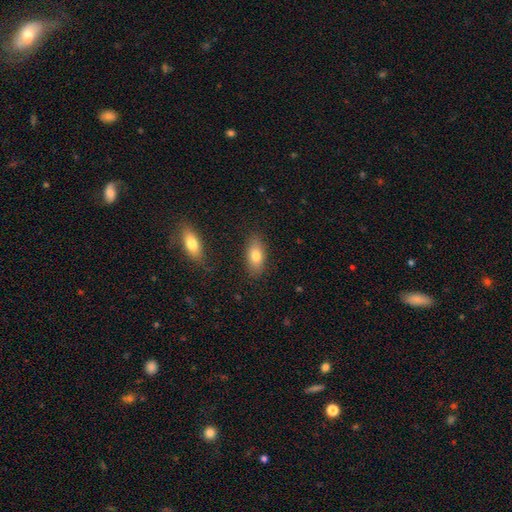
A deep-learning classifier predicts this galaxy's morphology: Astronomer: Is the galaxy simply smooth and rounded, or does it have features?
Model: smooth — 78%.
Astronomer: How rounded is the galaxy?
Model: in between — 89%.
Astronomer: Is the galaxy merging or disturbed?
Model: none — 84%.